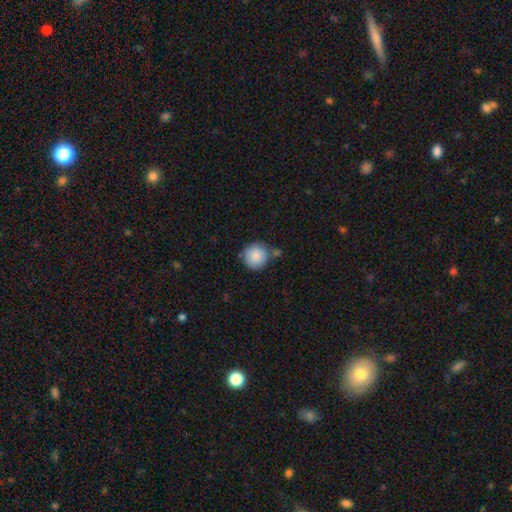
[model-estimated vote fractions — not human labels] The model was most divided on "merging": none: 68%, minor disturbance: 16%, merger: 12%, major disturbance: 4%. More confident: how rounded — round (94%); smooth or featured — smooth (85%).